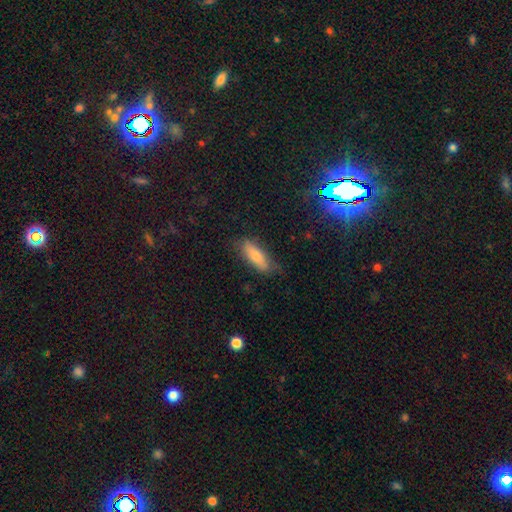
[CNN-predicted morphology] A smooth galaxy with no disk features (68%) that is in between round and cigar-shaped (56%). Merging: none (74%).